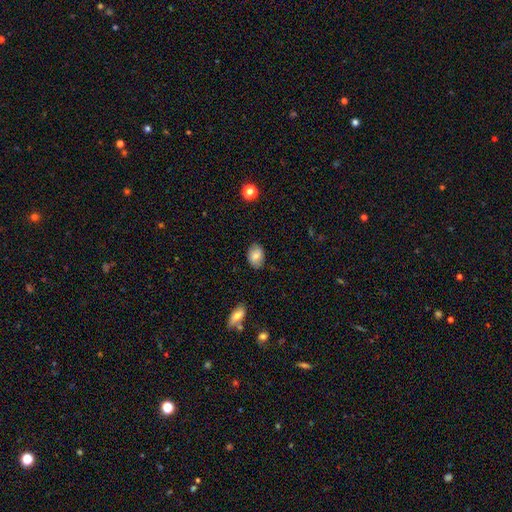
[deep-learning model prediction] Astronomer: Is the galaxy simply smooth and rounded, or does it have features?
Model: smooth — 79%.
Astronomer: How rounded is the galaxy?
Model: in between — 75%.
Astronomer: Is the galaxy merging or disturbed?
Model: none — 81%.